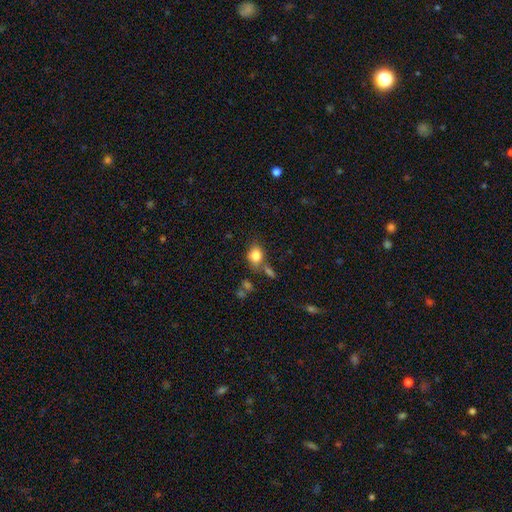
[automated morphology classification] A smooth galaxy with no disk features (82%) that is in between round and cigar-shaped (55%).

Vote fractions:
- Smooth or featured? smooth: 82% / star or artifact: 9% / featured or disk: 8%
- How rounded? in between: 55% / round: 43% / cigar-shaped: 1%
- Merging? none: 60% / minor disturbance: 18% / merger: 15% / major disturbance: 7%